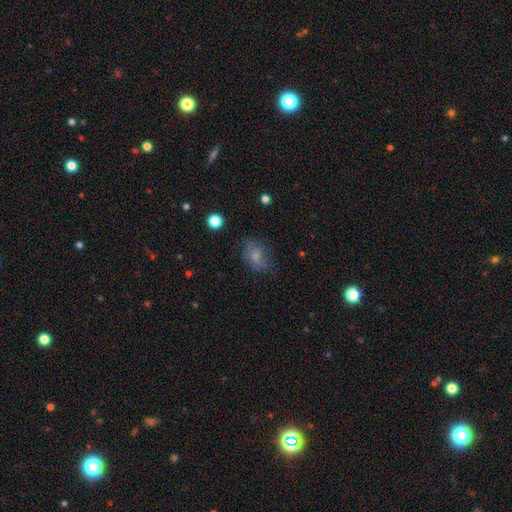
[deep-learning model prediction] Smooth or featured? Predicted: smooth (p=0.73). How rounded? Predicted: in between (p=0.75). Merging? Predicted: none (p=0.67).